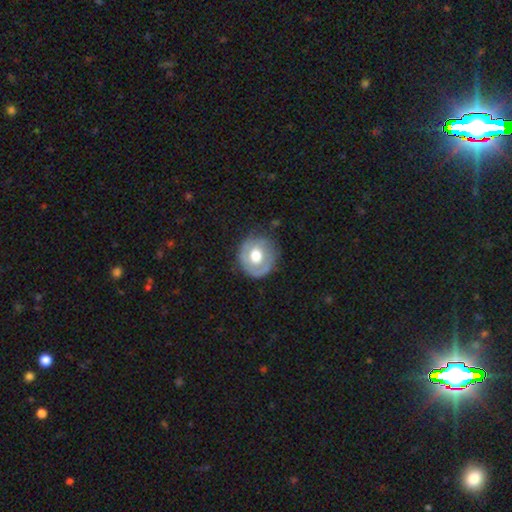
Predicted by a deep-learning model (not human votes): The model was most divided on "spiral arms": no: 57%, yes: 43%. More confident: edge-on disk — no (96%); bar — no (81%); merging — none (73%); bulge size — moderate (54%); smooth or featured — featured or disk (54%).